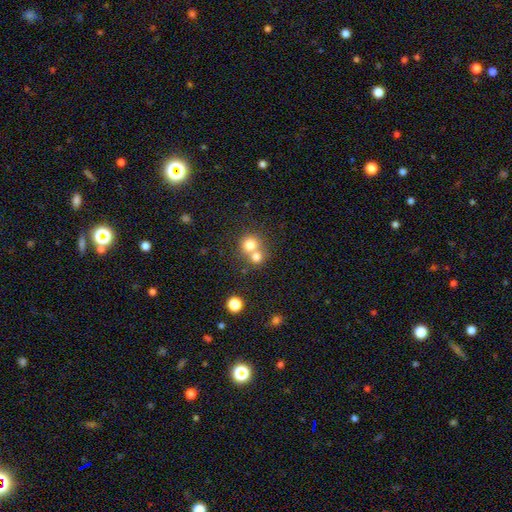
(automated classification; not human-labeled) Q: Smooth or featured?
A: smooth (74%); runner-up: featured or disk (13%)
Q: How rounded?
A: round (86%); runner-up: in between (13%)
Q: Merging?
A: merger (54%); runner-up: none (39%)